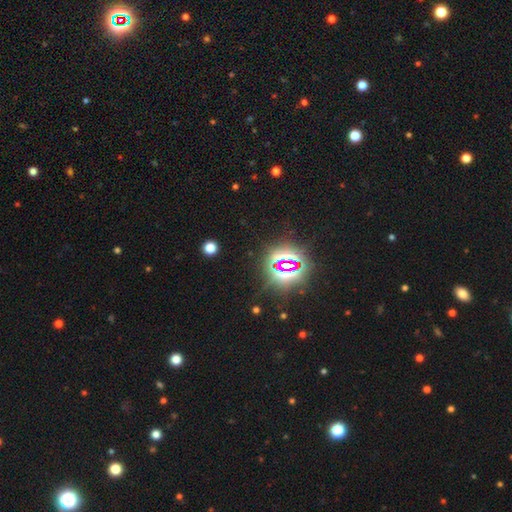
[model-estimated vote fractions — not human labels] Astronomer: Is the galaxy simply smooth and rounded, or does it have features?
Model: star or artifact — 83%.